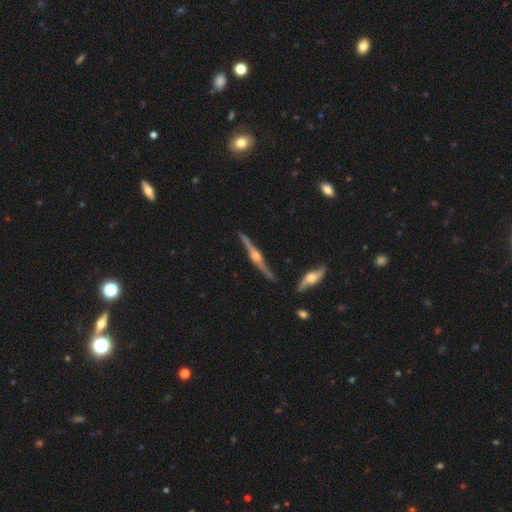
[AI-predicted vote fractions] This appears to be a featured or disk galaxy (89%) viewed edge-on (97%) with a rounded central bulge (94%). Merging: none (85%).